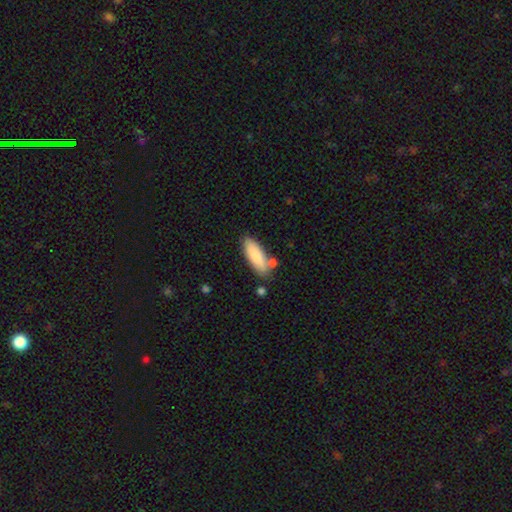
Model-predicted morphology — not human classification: smooth_or_featured: smooth (p=0.85) [alt: featured or disk p=0.10]
how_rounded: in between (p=0.60) [alt: cigar-shaped p=0.38]
merging: none (p=0.74) [alt: minor disturbance p=0.14]